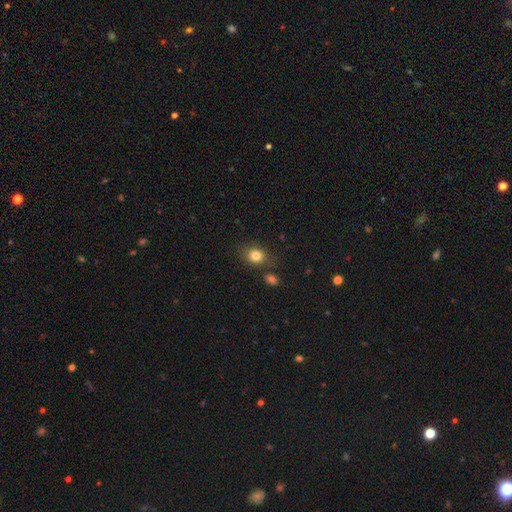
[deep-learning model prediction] Smooth or featured: smooth — 81% (star or artifact — 11%)
How rounded: round — 59% (in between — 40%)
Merging: none — 74% (minor disturbance — 14%)